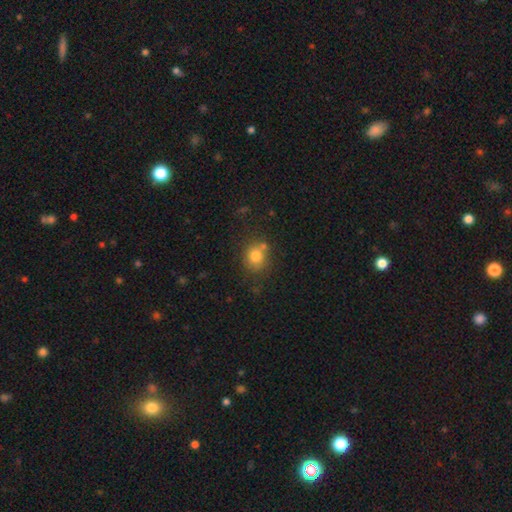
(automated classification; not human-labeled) Smooth or featured?
  - smooth: 78% *
  - star or artifact: 12%
  - featured or disk: 10%
How rounded?
  - round: 71% *
  - in between: 28%
  - cigar-shaped: 1%
Merging?
  - none: 65% *
  - merger: 16%
  - minor disturbance: 14%
  - major disturbance: 4%